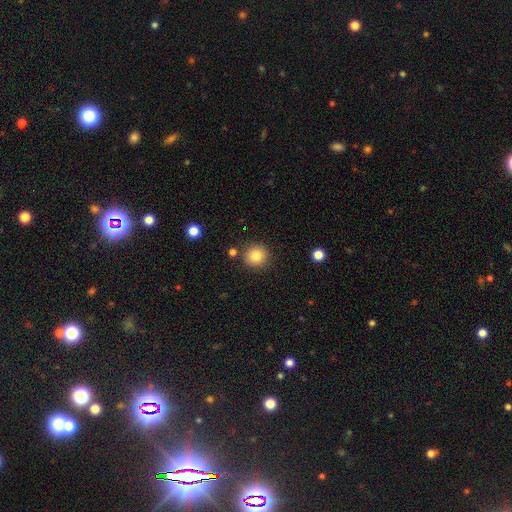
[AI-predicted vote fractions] Smooth or featured?
  - smooth: 84% *
  - star or artifact: 10%
  - featured or disk: 6%
How rounded?
  - round: 91% *
  - in between: 8%
  - cigar-shaped: 1%
Merging?
  - none: 86% *
  - minor disturbance: 7%
  - merger: 4%
  - major disturbance: 2%